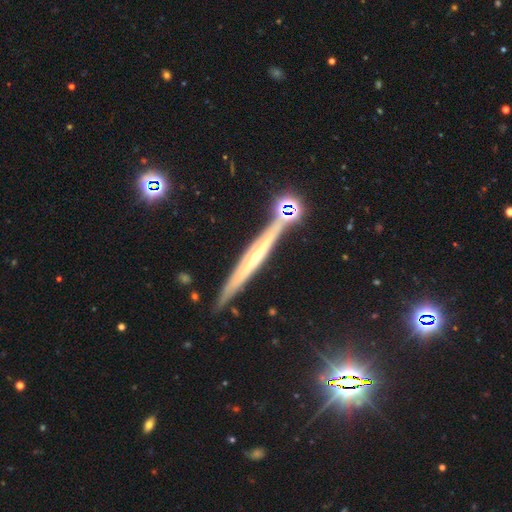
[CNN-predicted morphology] This appears to be a featured or disk galaxy (71%) viewed edge-on (94%) with a rounded central bulge (52%). Merging: none (82%).